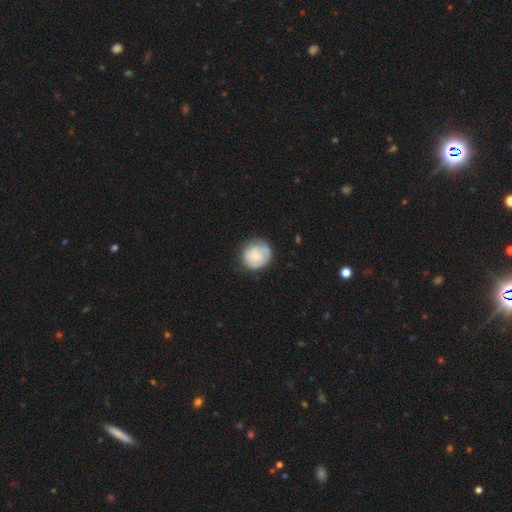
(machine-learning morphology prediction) Smooth or featured? smooth (67%)
How rounded? round (86%)
Merging? none (64%)